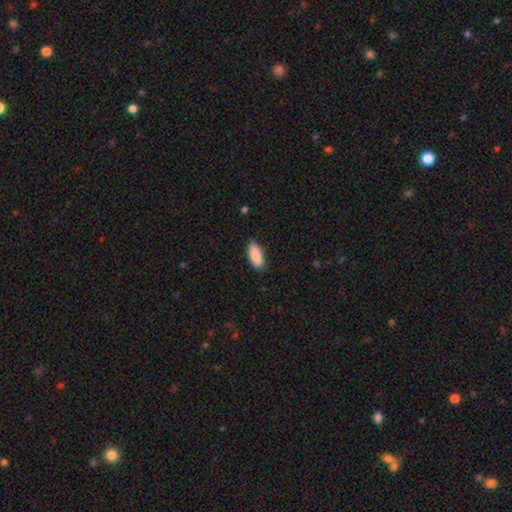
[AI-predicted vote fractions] smooth-or-featured: smooth: 88% | featured or disk: 6% | star or artifact: 6%
  how-rounded: in between: 87% | cigar-shaped: 11% | round: 2%
  merging: none: 85% | minor disturbance: 12% | major disturbance: 2% | merger: 1%